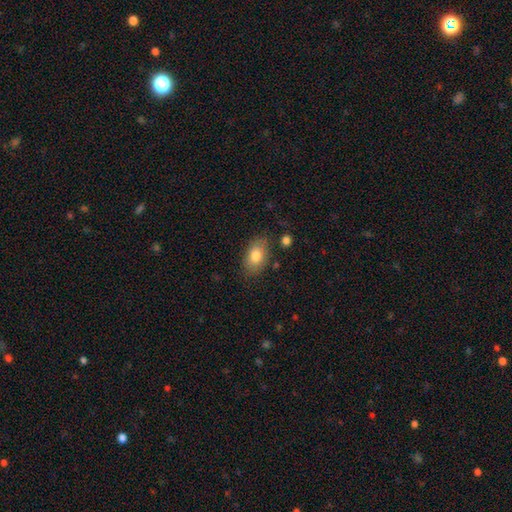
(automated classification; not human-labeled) smooth 81%, featured or disk 12%, star or artifact 7%. Down the decision tree: how rounded — in between (88%); merging — none (79%).